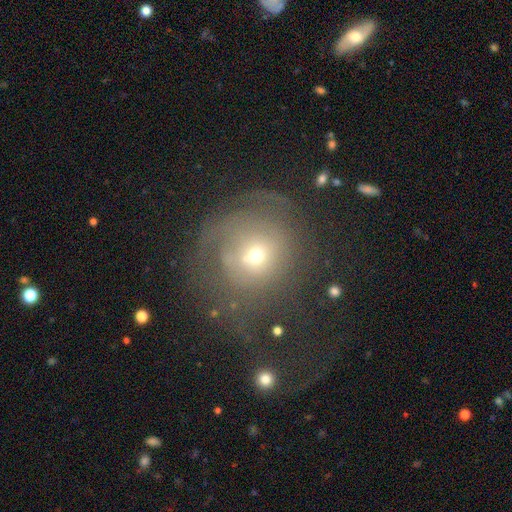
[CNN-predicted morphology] A smooth galaxy with no disk features (47%).

Vote fractions:
- Smooth or featured? smooth: 47% / featured or disk: 37% / star or artifact: 16%
- Merging? none: 43% / major disturbance: 31% / minor disturbance: 19% / merger: 7%